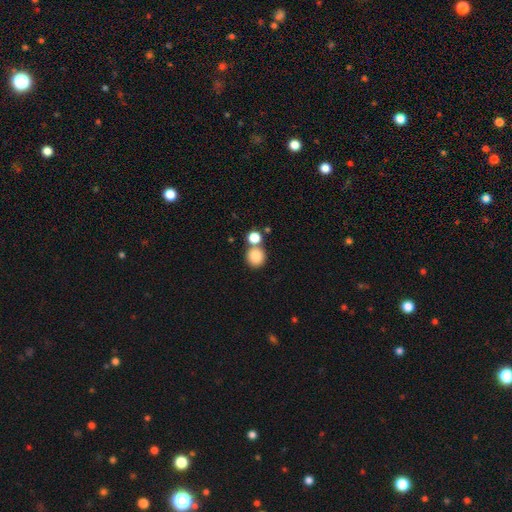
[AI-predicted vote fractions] This appears to be a smooth galaxy with no disk features (83%) that is round (89%). Merging: none (60%).